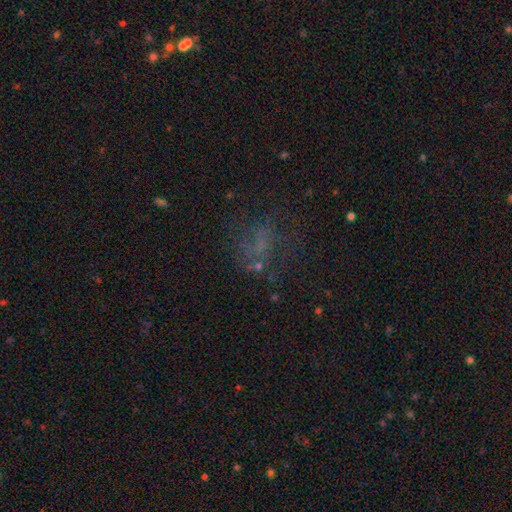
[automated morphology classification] Smooth or featured? Predicted: smooth (p=0.35). Merging? Predicted: none (p=0.51).